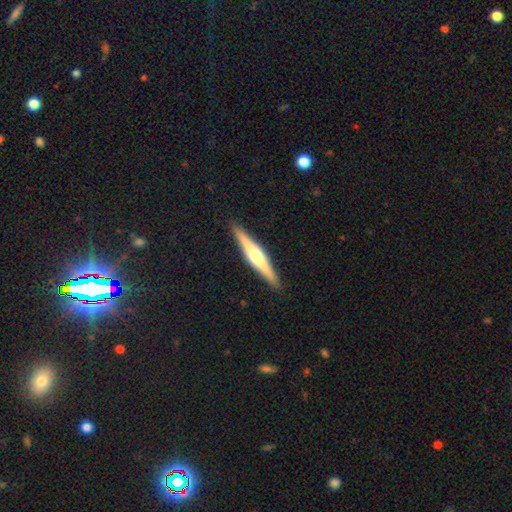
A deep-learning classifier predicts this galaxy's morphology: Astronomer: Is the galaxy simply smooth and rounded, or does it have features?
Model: featured or disk — 73%.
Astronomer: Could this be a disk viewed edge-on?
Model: yes — 98%.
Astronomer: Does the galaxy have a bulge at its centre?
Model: rounded — 89%.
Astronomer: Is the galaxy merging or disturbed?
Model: none — 91%.